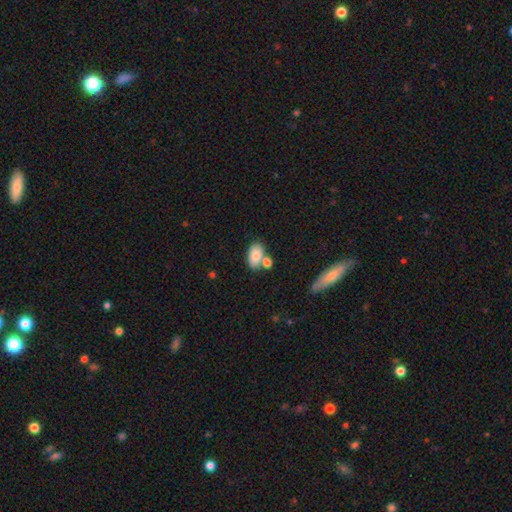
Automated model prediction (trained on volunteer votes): smooth-or-featured: smooth: 81% | featured or disk: 12% | star or artifact: 7%
  how-rounded: in between: 91% | round: 7% | cigar-shaped: 2%
  merging: none: 53% | merger: 30% | minor disturbance: 13% | major disturbance: 4%